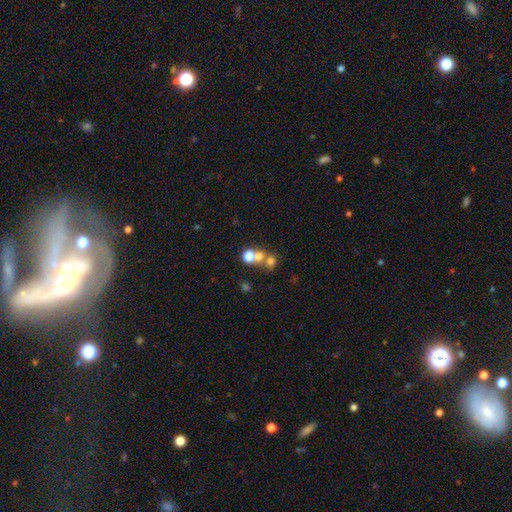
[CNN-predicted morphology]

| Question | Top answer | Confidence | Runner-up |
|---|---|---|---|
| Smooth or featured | smooth | 61% | star or artifact (21%) |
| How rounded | round | 79% | in between (20%) |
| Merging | merger | 52% | none (37%) |